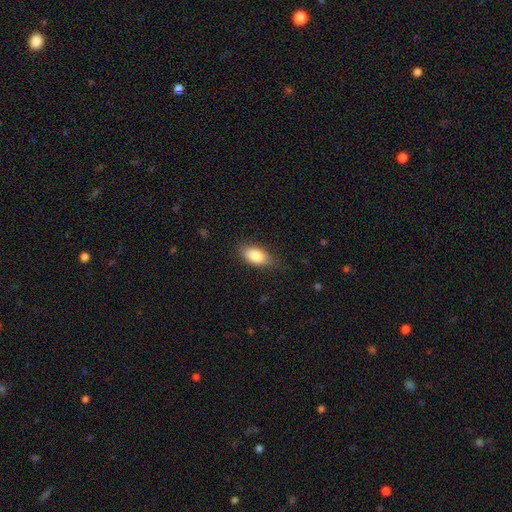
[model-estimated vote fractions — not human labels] Overall: smooth (84%). How rounded: in between (88%). Merging: none (80%).